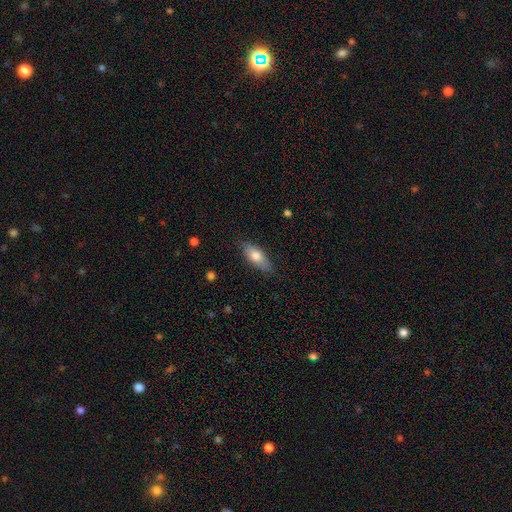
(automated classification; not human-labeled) This appears to be a smooth galaxy with no disk features (74%) that is in between round and cigar-shaped (76%). Merging: none (81%).